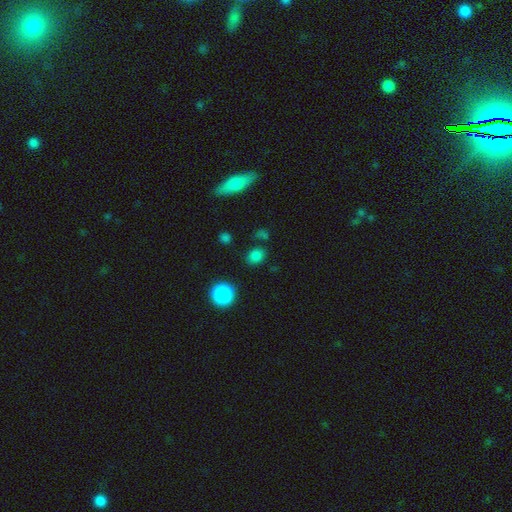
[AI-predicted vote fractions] This appears to be a smooth galaxy with no disk features (78%) that is round (58%). Merging: none (81%).